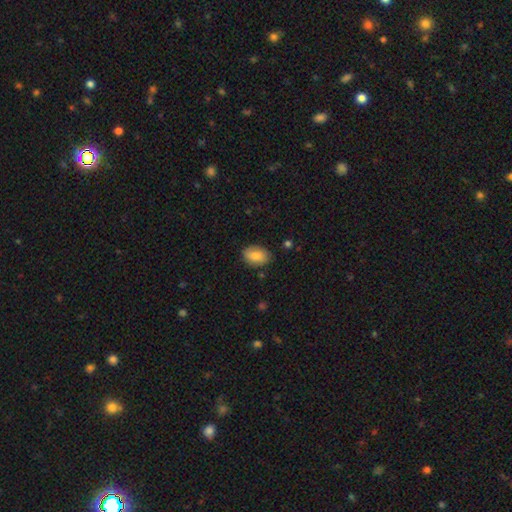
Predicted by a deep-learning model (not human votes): Q: Smooth or featured?
A: smooth (83%); runner-up: featured or disk (9%)
Q: How rounded?
A: in between (87%); runner-up: round (12%)
Q: Merging?
A: none (83%); runner-up: minor disturbance (13%)